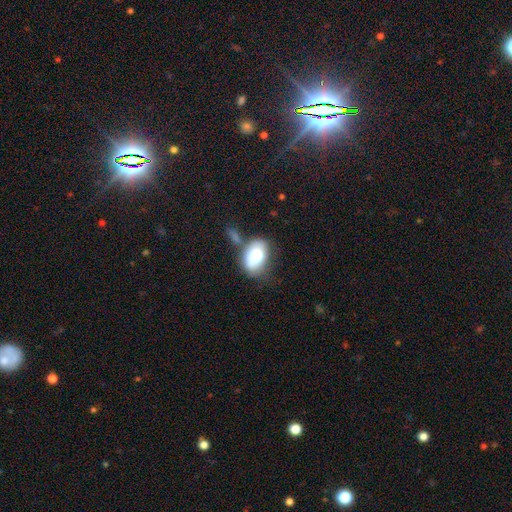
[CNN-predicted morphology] The model was most divided on "merging": none: 52%, minor disturbance: 23%, merger: 15%, major disturbance: 10%. More confident: how rounded — in between (83%); smooth or featured — smooth (72%).